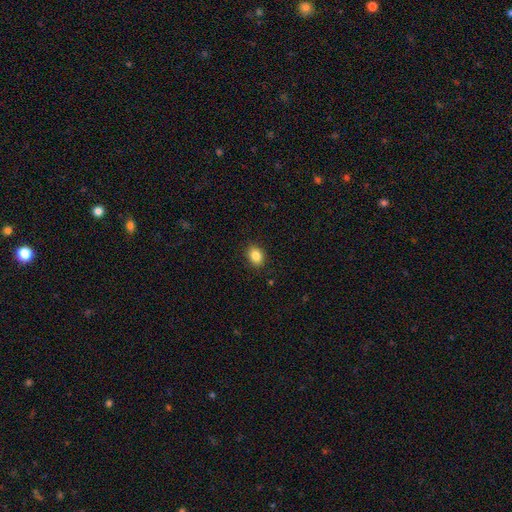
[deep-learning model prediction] Smooth or featured?
  - smooth: 86% *
  - star or artifact: 9%
  - featured or disk: 5%
How rounded?
  - in between: 66% *
  - round: 33%
  - cigar-shaped: 1%
Merging?
  - none: 89% *
  - minor disturbance: 8%
  - major disturbance: 2%
  - merger: 1%